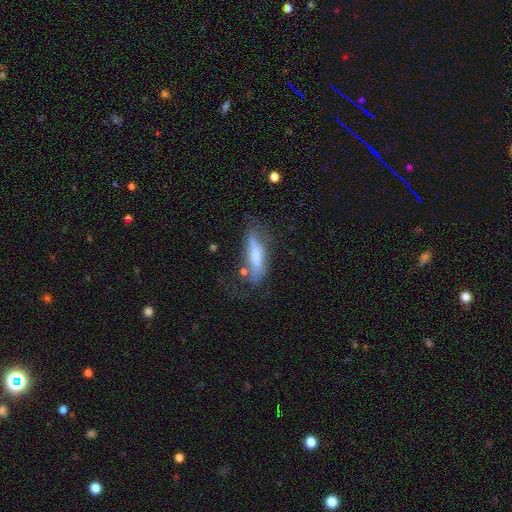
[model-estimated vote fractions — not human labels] smooth 55%, featured or disk 36%, star or artifact 8%. Down the decision tree: how rounded — in between (50%); merging — none (41%).